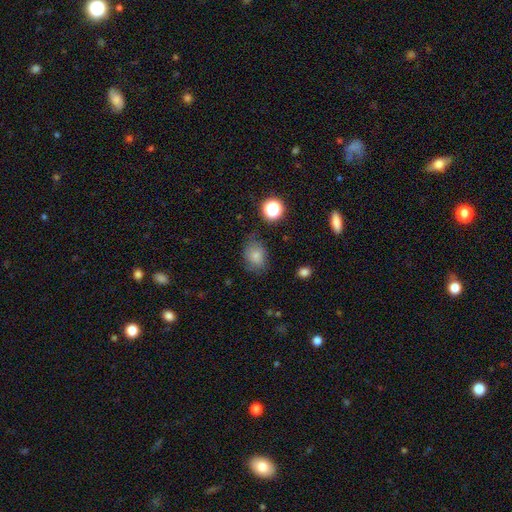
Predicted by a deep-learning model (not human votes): Smooth or featured? smooth (80%)
How rounded? in between (67%)
Merging? none (71%)